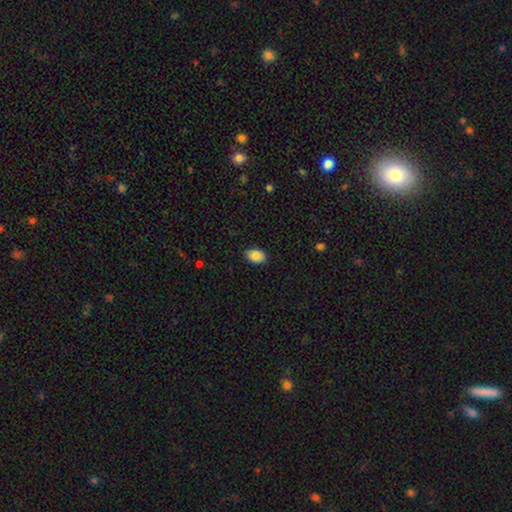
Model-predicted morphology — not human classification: Smooth or featured? Predicted: smooth (p=0.87). How rounded? Predicted: in between (p=0.83). Merging? Predicted: none (p=0.87).